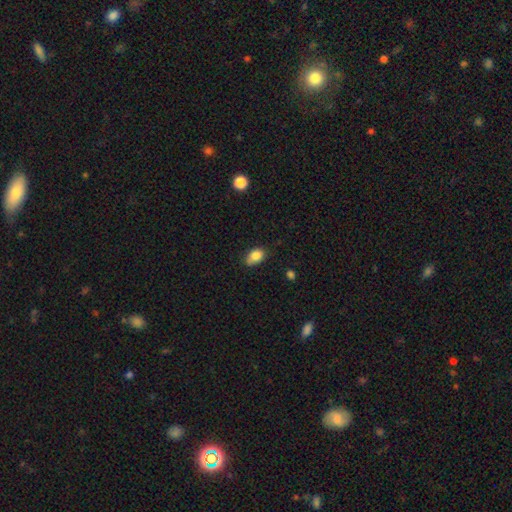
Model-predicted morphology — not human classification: smooth_or_featured: smooth (p=0.84) [alt: star or artifact p=0.09]
how_rounded: in between (p=0.80) [alt: round p=0.19]
merging: none (p=0.65) [alt: minor disturbance p=0.28]